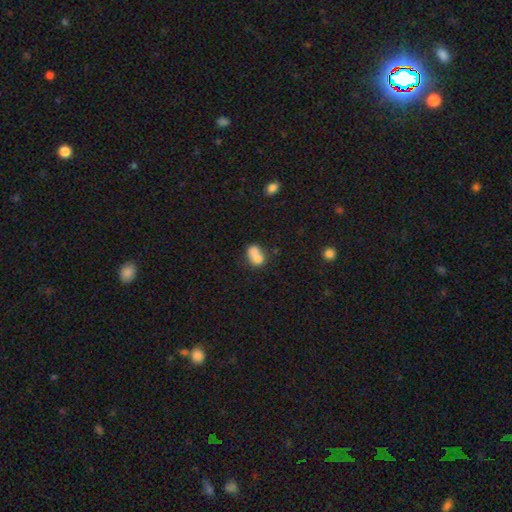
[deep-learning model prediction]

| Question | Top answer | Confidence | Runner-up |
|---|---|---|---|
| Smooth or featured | smooth | 73% | featured or disk (18%) |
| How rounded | in between | 56% | round (43%) |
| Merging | merger | 60% | none (26%) |